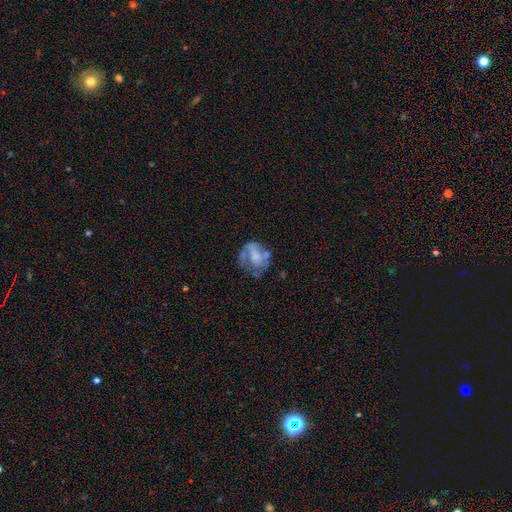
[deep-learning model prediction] A featured or disk galaxy (52%) with no bar (80%), no spiral arms (72%) and no central bulge (36%).

Vote fractions:
- Smooth or featured? featured or disk: 52% / smooth: 39% / star or artifact: 9%
- Edge-on disk? no: 98% / yes: 2%
- Bar? no: 80% / weak: 15% / strong: 5%
- Spiral arms? no: 72% / yes: 28%
- Bulge size? none: 36% / moderate: 28% / small: 19% / large: 15% / dominant: 2%
- Merging? none: 39% / major disturbance: 28% / minor disturbance: 24% / merger: 9%